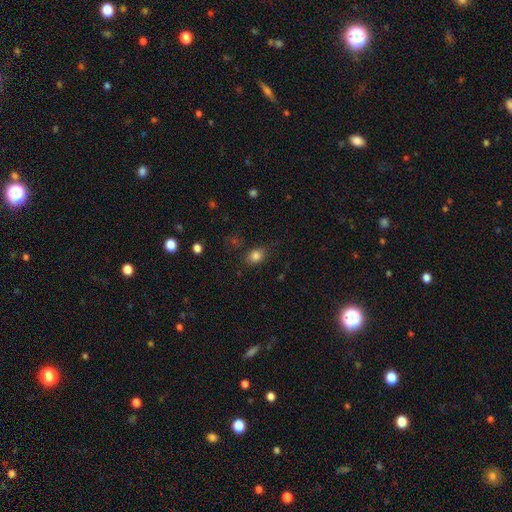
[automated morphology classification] Overall: smooth (82%). How rounded: in between (57%; round 41%). Merging: none (76%).